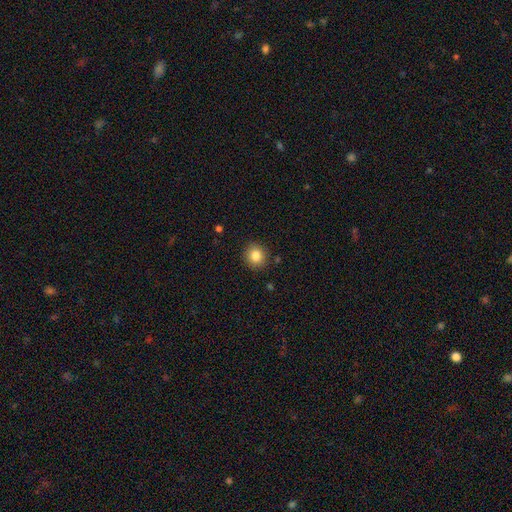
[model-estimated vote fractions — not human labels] smooth 84%, star or artifact 10%, featured or disk 6%. Down the decision tree: how rounded — round (87%); merging — none (89%).